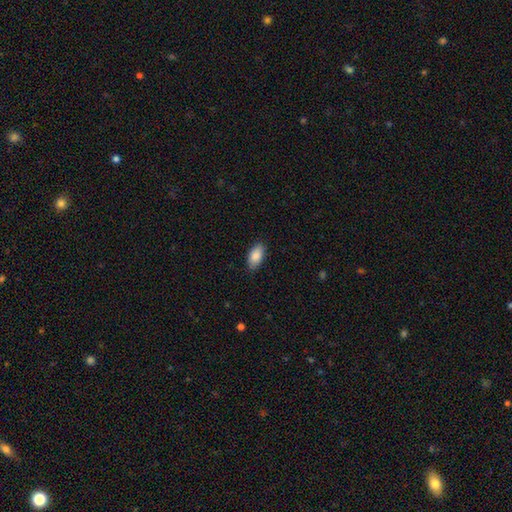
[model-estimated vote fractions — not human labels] Smooth or featured?
  - smooth: 88% *
  - star or artifact: 6%
  - featured or disk: 6%
How rounded?
  - in between: 93% *
  - cigar-shaped: 4%
  - round: 3%
Merging?
  - none: 86% *
  - minor disturbance: 11%
  - major disturbance: 2%
  - merger: 1%